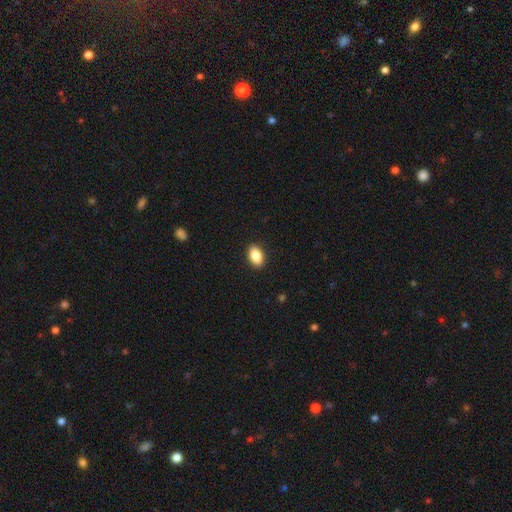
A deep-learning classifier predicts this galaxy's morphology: This is clearly a smooth galaxy (87%). How rounded: clearly in between (90%). Merging: clearly none (91%).